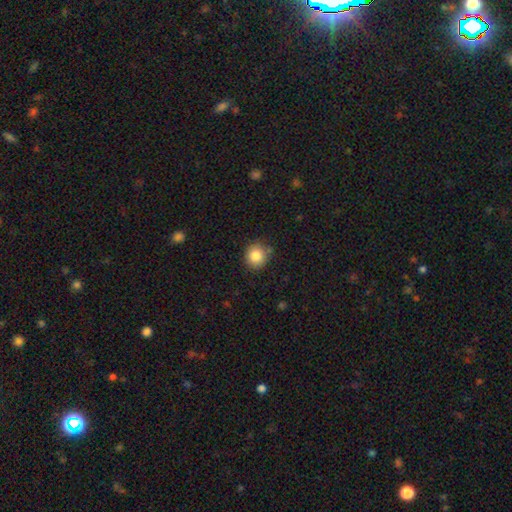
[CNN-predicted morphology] Q: Smooth or featured?
A: smooth (83%); runner-up: star or artifact (11%)
Q: How rounded?
A: round (88%); runner-up: in between (11%)
Q: Merging?
A: none (82%); runner-up: minor disturbance (13%)